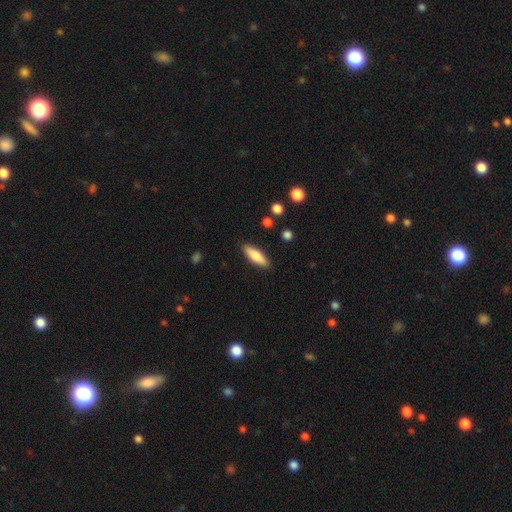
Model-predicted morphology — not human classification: Smooth or featured? smooth (73%)
How rounded? cigar-shaped (51%)
Merging? none (88%)